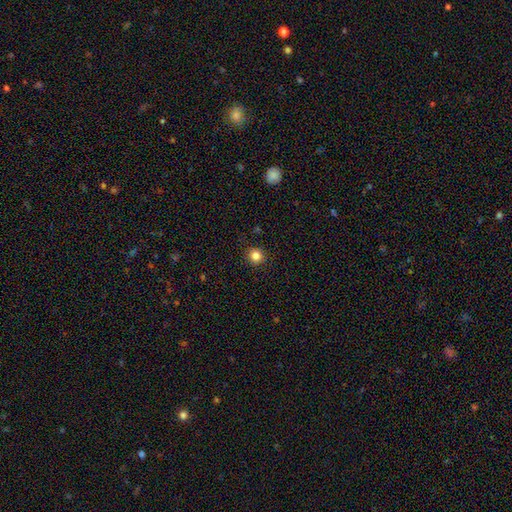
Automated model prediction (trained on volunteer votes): smooth-or-featured: smooth: 84% | star or artifact: 12% | featured or disk: 4%
  how-rounded: round: 93% | in between: 6% | cigar-shaped: 1%
  merging: none: 92% | minor disturbance: 6% | major disturbance: 2% | merger: 1%